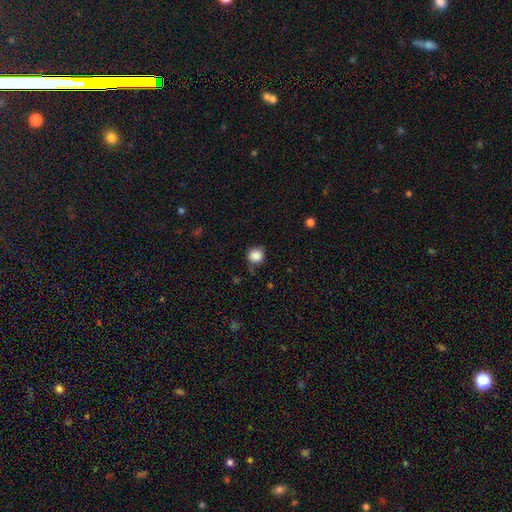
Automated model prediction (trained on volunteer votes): smooth 87%, star or artifact 10%, featured or disk 4%. Down the decision tree: how rounded — round (86%); merging — none (75%).